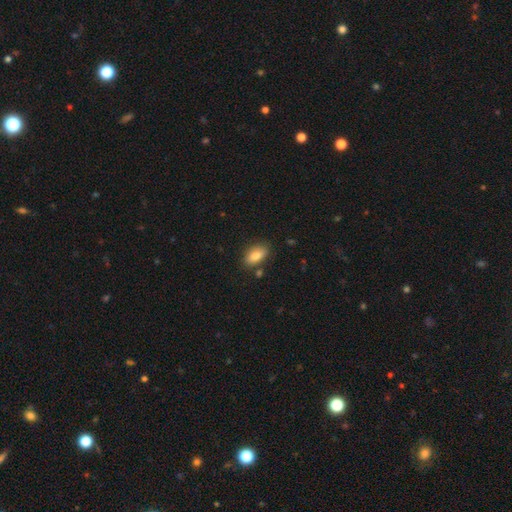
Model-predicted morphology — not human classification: Smooth or featured? Predicted: smooth (p=0.85). How rounded? Predicted: in between (p=0.90). Merging? Predicted: none (p=0.81).